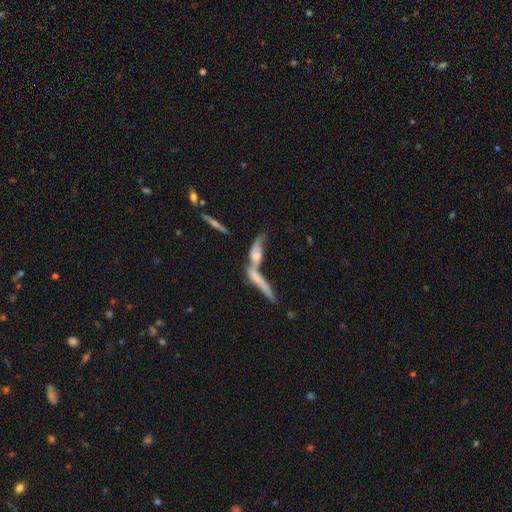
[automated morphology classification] Smooth or featured? featured or disk (51%)
Edge-on disk? yes (58%)
Merging? merger (61%)